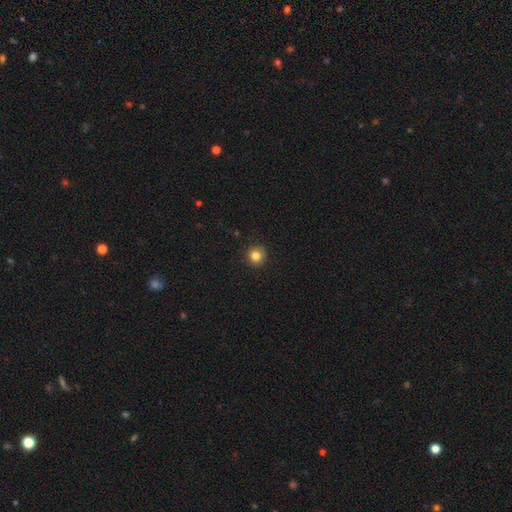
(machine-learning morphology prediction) Overall: smooth (83%). How rounded: round (94%). Merging: none (91%).